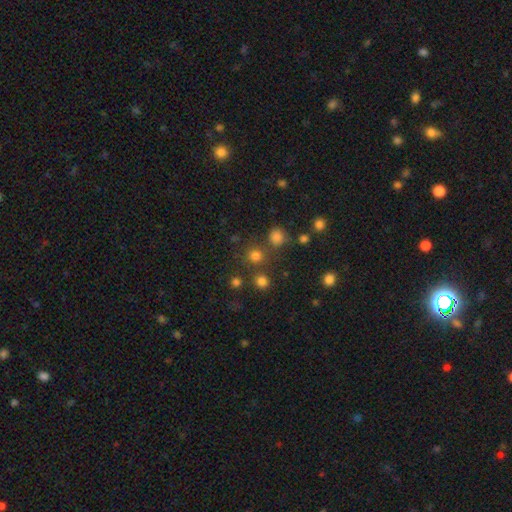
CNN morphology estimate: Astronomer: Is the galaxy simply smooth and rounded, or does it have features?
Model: smooth — 72%.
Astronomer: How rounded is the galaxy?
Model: round — 91%.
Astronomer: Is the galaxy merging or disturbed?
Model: none — 77%.